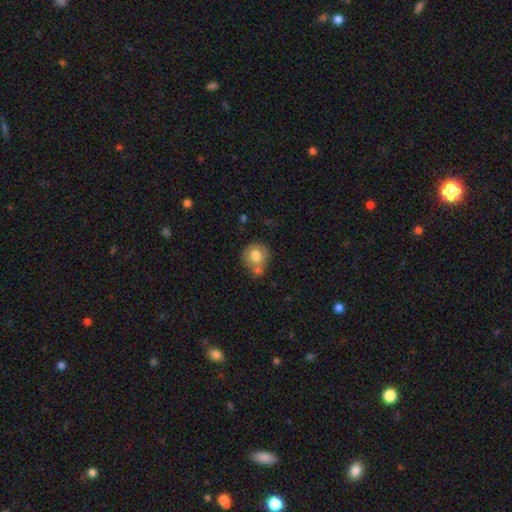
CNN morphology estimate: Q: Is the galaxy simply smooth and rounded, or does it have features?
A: smooth — 76%.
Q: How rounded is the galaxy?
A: round — 84%.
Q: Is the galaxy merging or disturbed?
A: none — 49%.